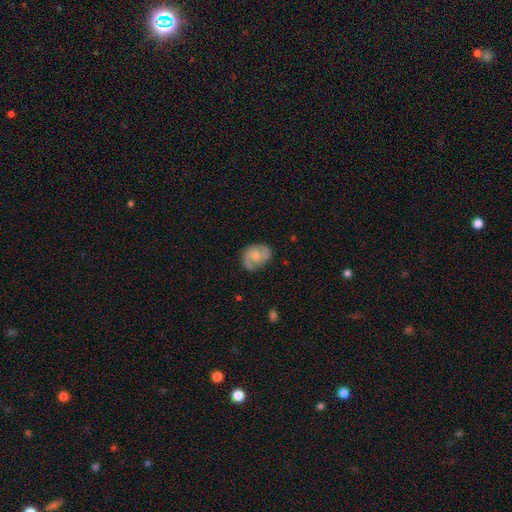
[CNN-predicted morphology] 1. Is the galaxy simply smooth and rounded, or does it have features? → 73% featured or disk, 21% smooth, 6% star or artifact.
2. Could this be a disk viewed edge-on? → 98% no, 2% yes.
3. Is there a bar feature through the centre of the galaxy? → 62% no, 34% weak, 5% strong.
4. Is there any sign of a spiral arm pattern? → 94% yes, 6% no.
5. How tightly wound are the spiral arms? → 49% medium, 32% tight, 19% loose.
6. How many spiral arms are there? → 84% 2, 7% can't tell, 5% 1, 2% 3, 1% 4, 1% more than 4.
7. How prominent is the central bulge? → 49% moderate, 38% small, 7% none, 4% large, 1% dominant.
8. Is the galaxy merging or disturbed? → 73% none, 19% minor disturbance, 6% major disturbance, 1% merger.